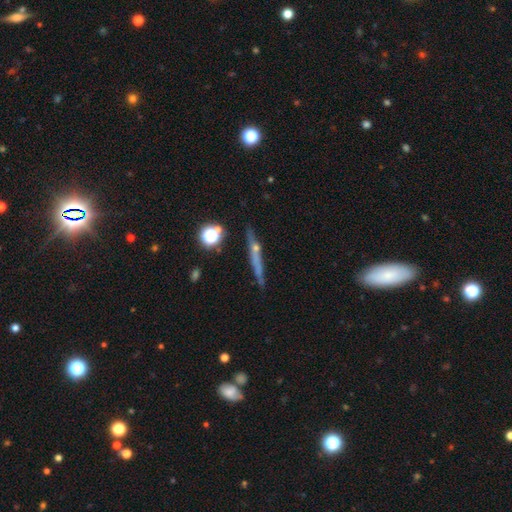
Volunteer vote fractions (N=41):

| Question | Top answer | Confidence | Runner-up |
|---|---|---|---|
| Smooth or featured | smooth | 51% | featured or disk (41%) |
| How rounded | cigar-shaped | 90% | round (5%) |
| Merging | none | 84% | minor disturbance (11%) |